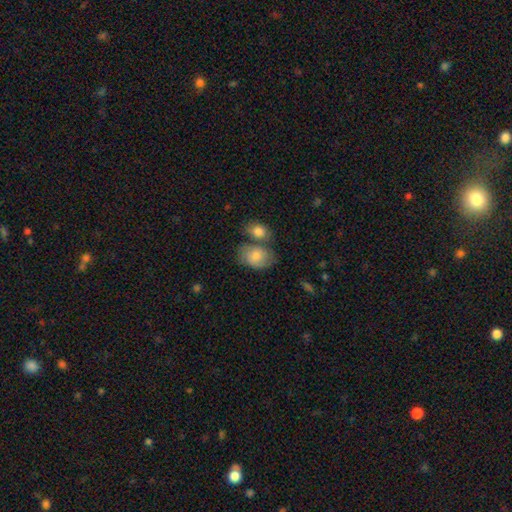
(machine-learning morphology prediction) A smooth galaxy with no disk features (66%) that is in between round and cigar-shaped (70%).

Vote fractions:
- Smooth or featured? smooth: 66% / featured or disk: 26% / star or artifact: 8%
- How rounded? in between: 70% / round: 29% / cigar-shaped: 1%
- Merging? none: 44% / merger: 31% / minor disturbance: 18% / major disturbance: 7%